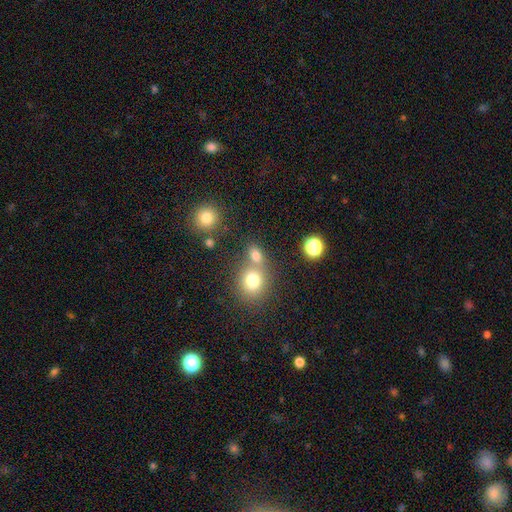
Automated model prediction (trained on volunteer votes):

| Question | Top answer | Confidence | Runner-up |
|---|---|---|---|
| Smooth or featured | smooth | 76% | star or artifact (14%) |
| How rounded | round | 52% | in between (46%) |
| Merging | none | 47% | merger (40%) |